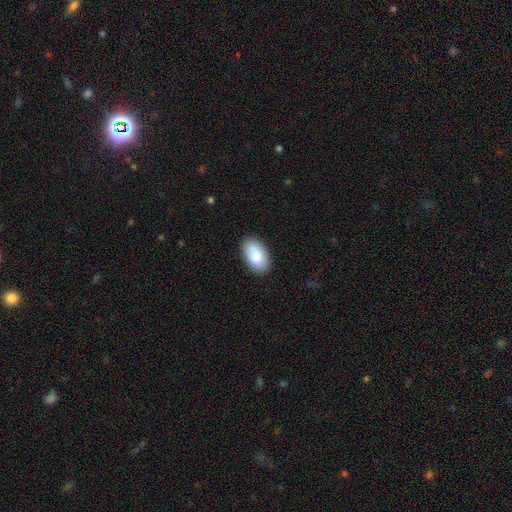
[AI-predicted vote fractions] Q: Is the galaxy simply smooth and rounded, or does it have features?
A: smooth — 85%.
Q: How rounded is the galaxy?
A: in between — 95%.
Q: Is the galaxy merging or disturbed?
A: none — 86%.